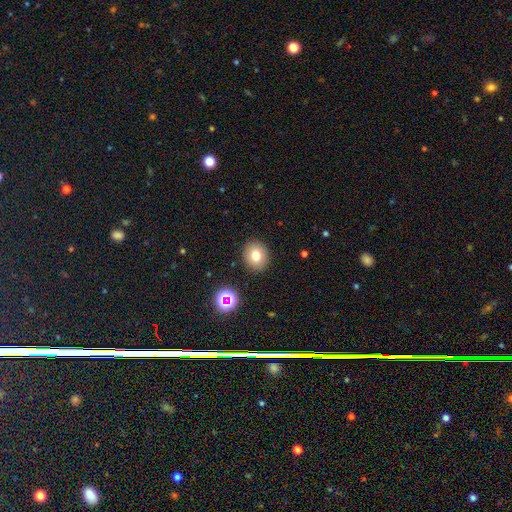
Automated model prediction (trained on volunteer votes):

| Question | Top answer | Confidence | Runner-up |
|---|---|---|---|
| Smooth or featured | smooth | 75% | star or artifact (13%) |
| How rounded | round | 69% | in between (30%) |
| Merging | none | 89% | minor disturbance (7%) |